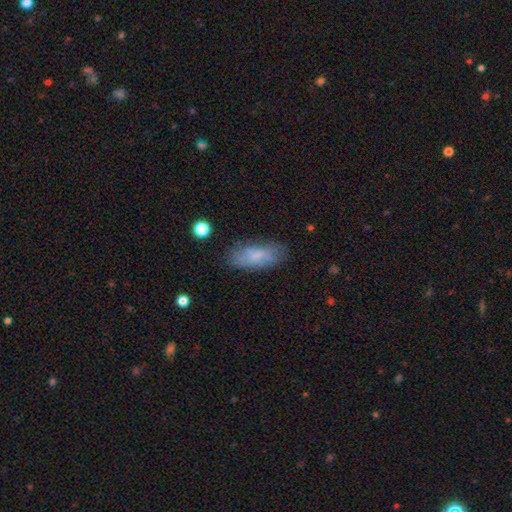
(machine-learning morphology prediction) Smooth or featured?
  - smooth: 74% *
  - featured or disk: 18%
  - star or artifact: 7%
How rounded?
  - in between: 80% *
  - cigar-shaped: 18%
  - round: 2%
Merging?
  - none: 76% *
  - minor disturbance: 18%
  - major disturbance: 5%
  - merger: 2%